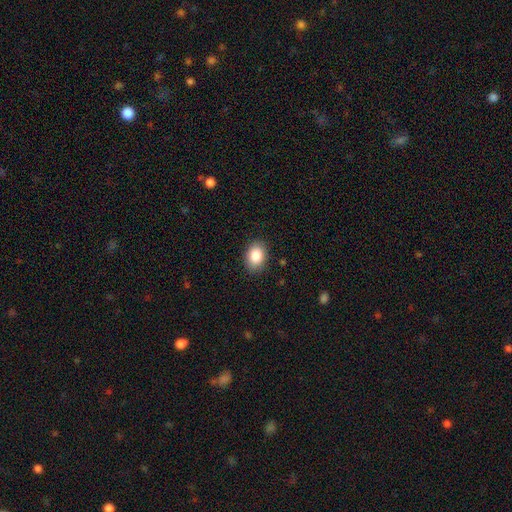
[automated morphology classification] This appears to be a smooth galaxy with no disk features (87%) that is in between round and cigar-shaped (78%). Merging: none (87%).